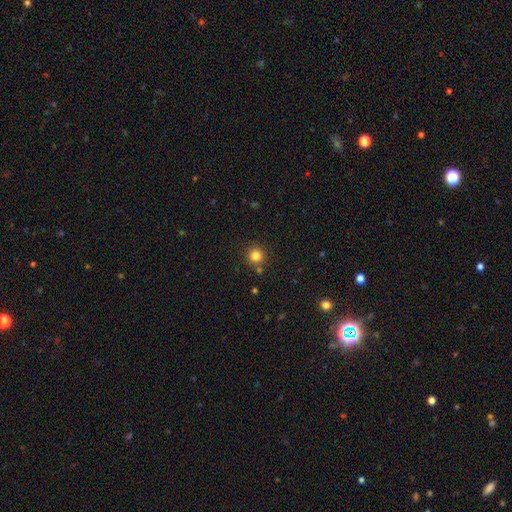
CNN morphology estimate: The model was most divided on "smooth or featured": smooth: 81%, star or artifact: 14%, featured or disk: 5%. More confident: how rounded — round (94%); merging — none (84%).